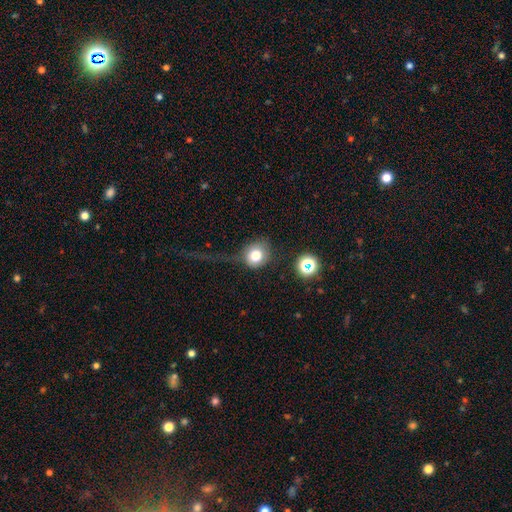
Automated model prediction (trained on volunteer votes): Smooth or featured? smooth (76%)
How rounded? round (82%)
Merging? none (49%)